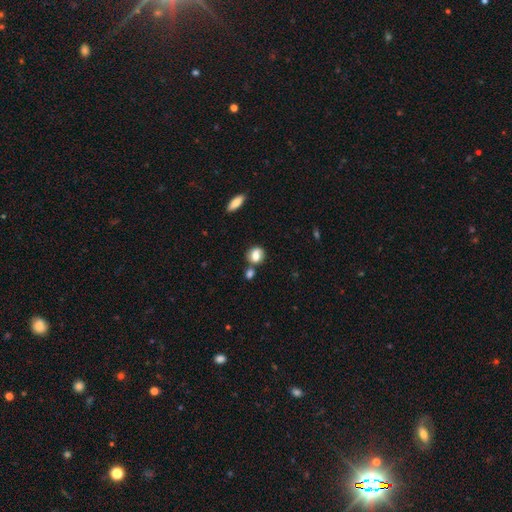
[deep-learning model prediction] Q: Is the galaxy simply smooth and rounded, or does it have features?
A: smooth — 76%.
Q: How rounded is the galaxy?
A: round — 58%.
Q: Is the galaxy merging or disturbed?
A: none — 57%.